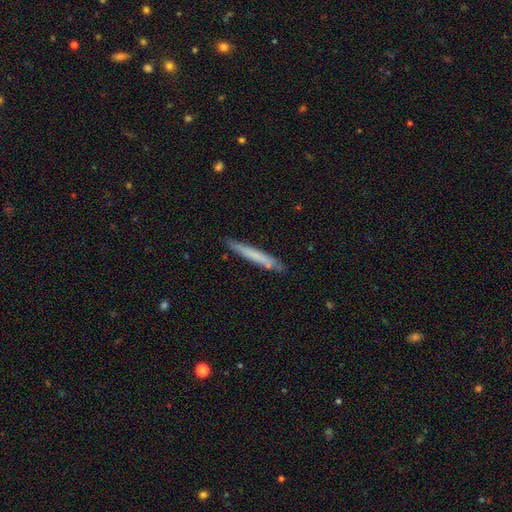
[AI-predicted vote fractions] Overall: smooth (63%; featured or disk 31%). How rounded: cigar-shaped (97%). Merging: none (86%).